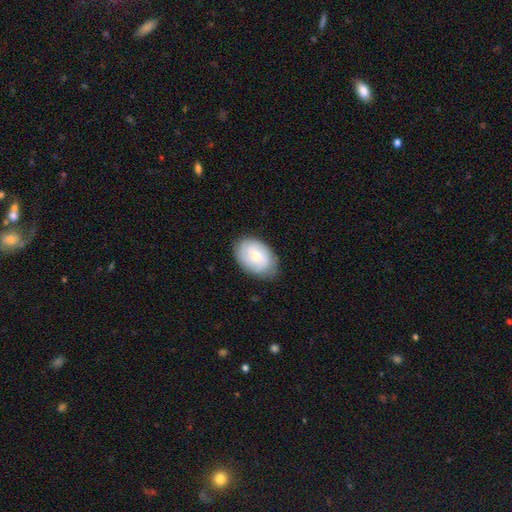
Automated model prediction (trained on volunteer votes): Smooth or featured: smooth — 51% (featured or disk — 43%)
How rounded: in between — 83% (round — 16%)
Merging: none — 78% (minor disturbance — 17%)